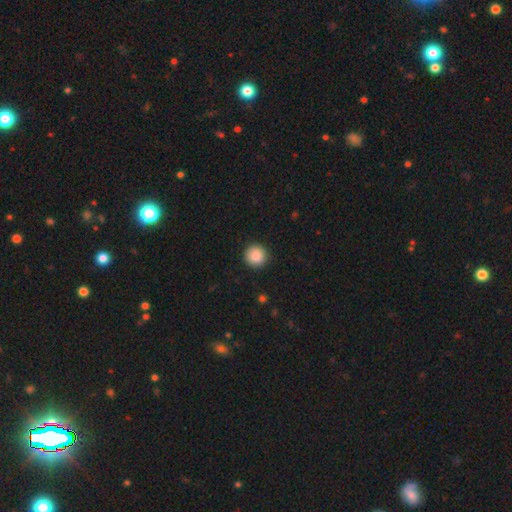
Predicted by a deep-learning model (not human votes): A smooth galaxy with no disk features (88%) that is round (95%). Merging: none (92%).